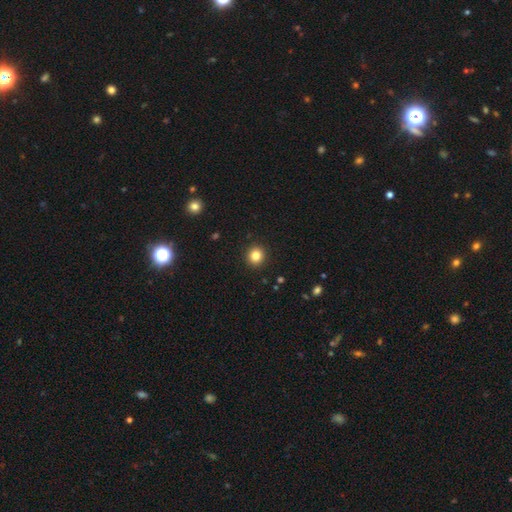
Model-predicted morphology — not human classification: Smooth or featured: smooth — 83% (star or artifact — 11%)
How rounded: round — 92% (in between — 7%)
Merging: none — 92% (minor disturbance — 5%)